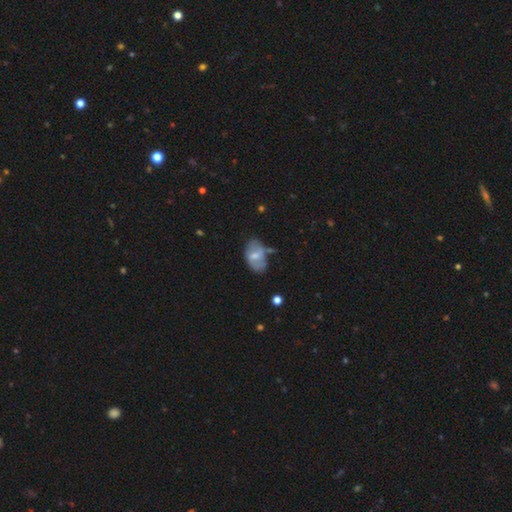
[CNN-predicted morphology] A smooth galaxy with no disk features (52%) that is in between round and cigar-shaped (89%). Merging: none (51%).